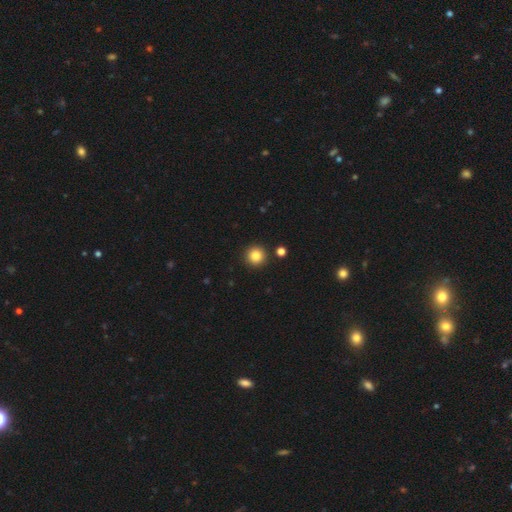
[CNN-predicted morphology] This appears to be a smooth galaxy with no disk features (85%) that is round (95%). Merging: none (91%).